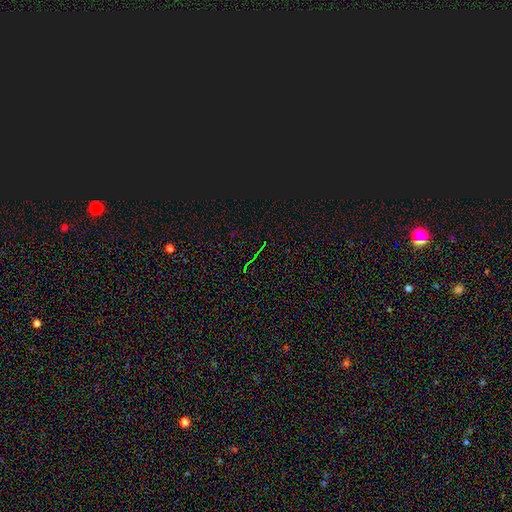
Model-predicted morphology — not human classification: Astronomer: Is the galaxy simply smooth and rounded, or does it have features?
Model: star or artifact — 77%.